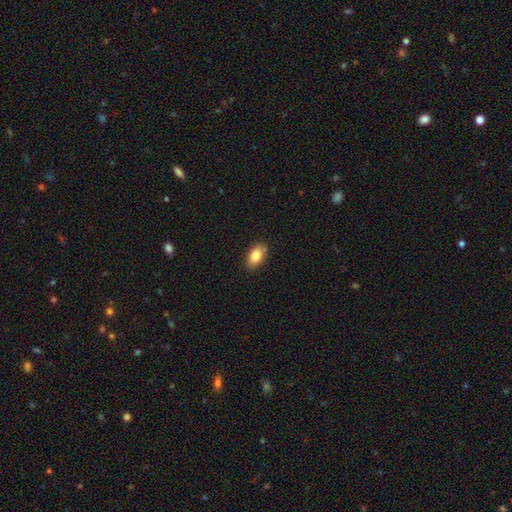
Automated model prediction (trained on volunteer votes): Smooth or featured? Predicted: smooth (p=0.84). How rounded? Predicted: in between (p=0.91). Merging? Predicted: none (p=0.86).